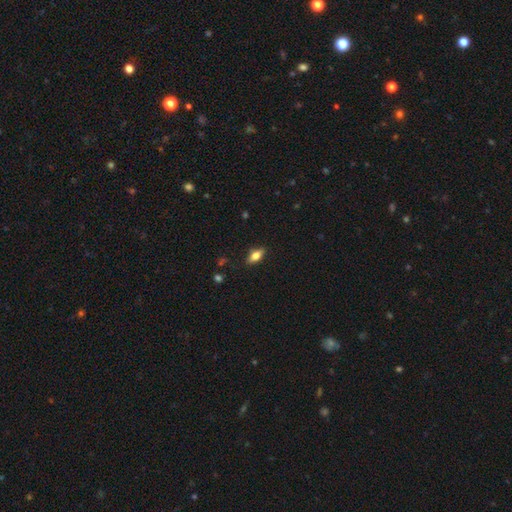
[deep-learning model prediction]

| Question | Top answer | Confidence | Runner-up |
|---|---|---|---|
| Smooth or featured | smooth | 66% | featured or disk (25%) |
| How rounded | in between | 81% | cigar-shaped (15%) |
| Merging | none | 85% | minor disturbance (11%) |